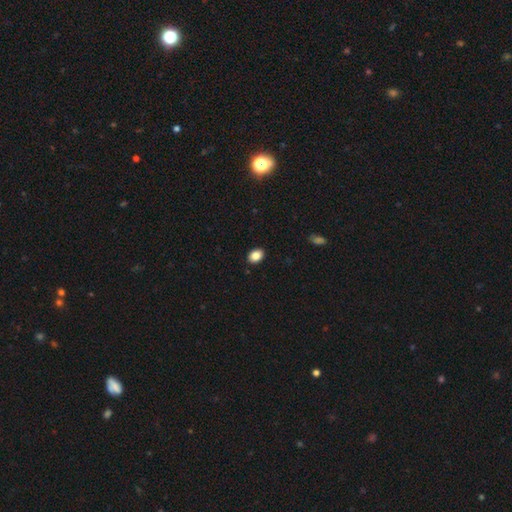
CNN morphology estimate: This appears to be a smooth galaxy with no disk features (86%) that is in between round and cigar-shaped (73%). Merging: none (90%).